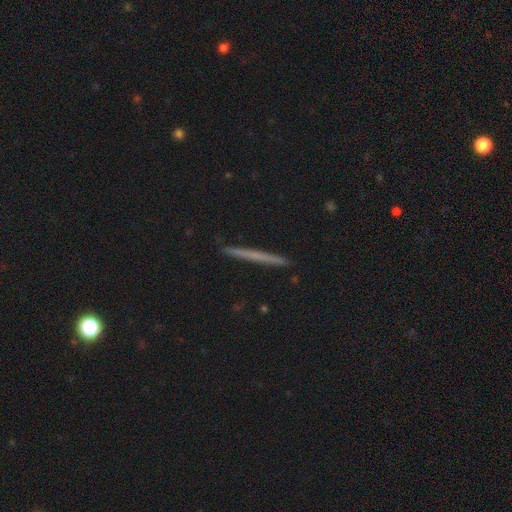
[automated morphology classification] Q: Smooth or featured?
A: smooth (49%); runner-up: featured or disk (44%)
Q: Merging?
A: none (92%); runner-up: minor disturbance (5%)